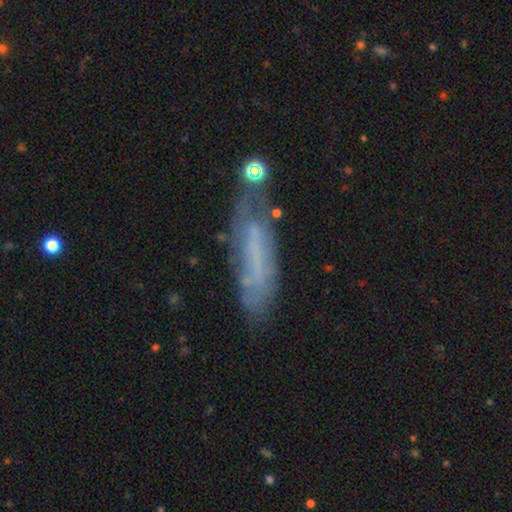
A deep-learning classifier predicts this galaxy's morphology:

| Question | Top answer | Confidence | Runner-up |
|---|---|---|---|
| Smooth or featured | featured or disk | 52% | smooth (37%) |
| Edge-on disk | no | 68% | yes (32%) |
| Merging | none | 56% | minor disturbance (26%) |